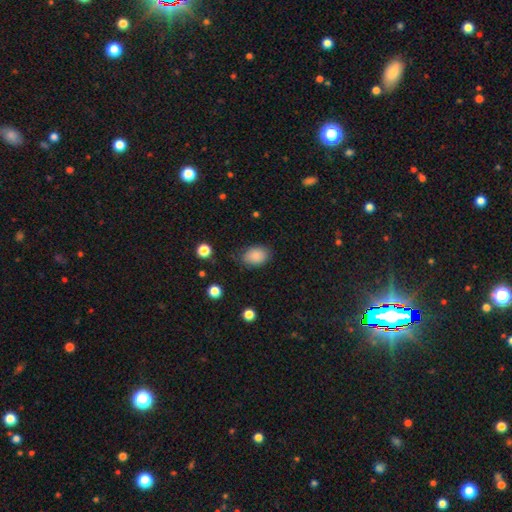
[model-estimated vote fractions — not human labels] Q: Smooth or featured?
A: smooth (87%); runner-up: star or artifact (8%)
Q: How rounded?
A: in between (78%); runner-up: round (21%)
Q: Merging?
A: none (77%); runner-up: minor disturbance (17%)